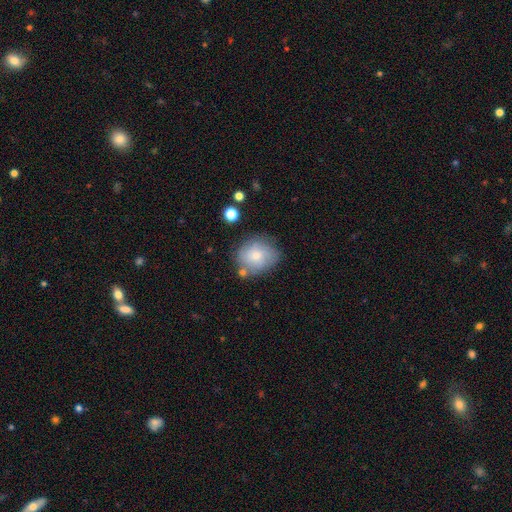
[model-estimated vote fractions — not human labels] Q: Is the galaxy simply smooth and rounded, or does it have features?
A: smooth — 69%.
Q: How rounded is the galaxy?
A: round — 64%.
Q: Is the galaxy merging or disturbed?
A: none — 65%.